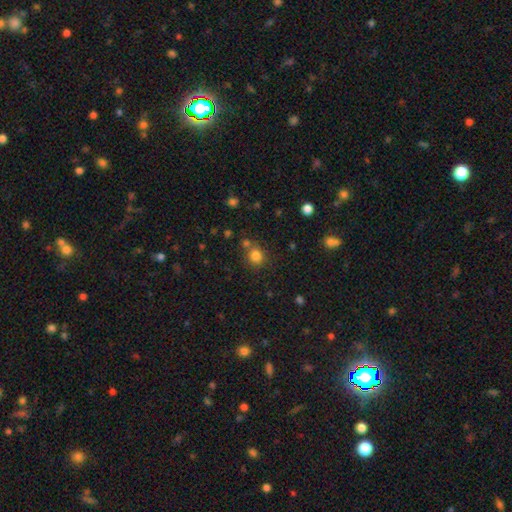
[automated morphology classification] A smooth galaxy with no disk features (81%) that is round (78%). Merging: none (66%).